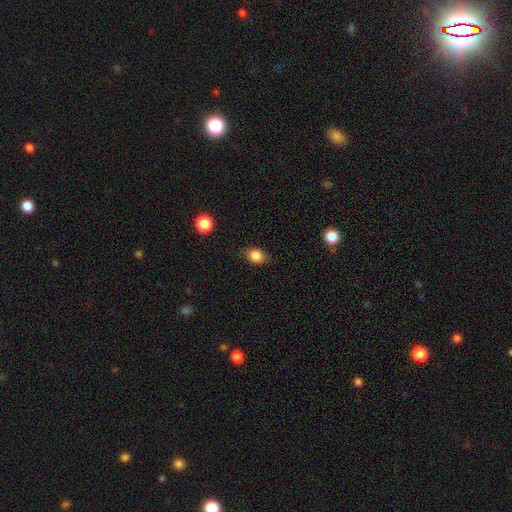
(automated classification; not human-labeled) A smooth galaxy with no disk features (85%) that is in between round and cigar-shaped (55%).

Vote fractions:
- Smooth or featured? smooth: 85% / star or artifact: 10% / featured or disk: 5%
- How rounded? in between: 55% / round: 44% / cigar-shaped: 1%
- Merging? none: 79% / minor disturbance: 16% / major disturbance: 4% / merger: 1%